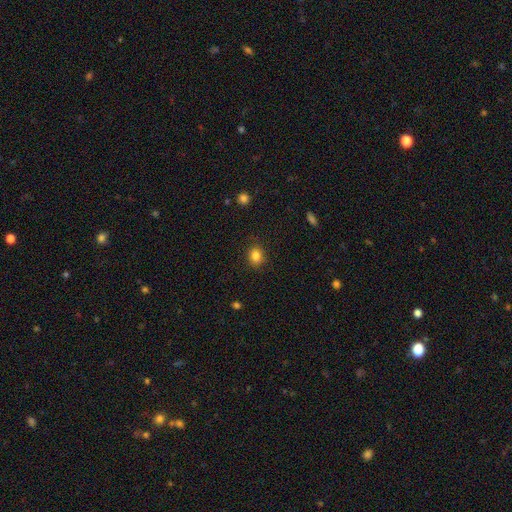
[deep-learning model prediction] Q: Smooth or featured?
A: smooth (84%); runner-up: star or artifact (11%)
Q: How rounded?
A: round (62%); runner-up: in between (37%)
Q: Merging?
A: none (88%); runner-up: minor disturbance (9%)